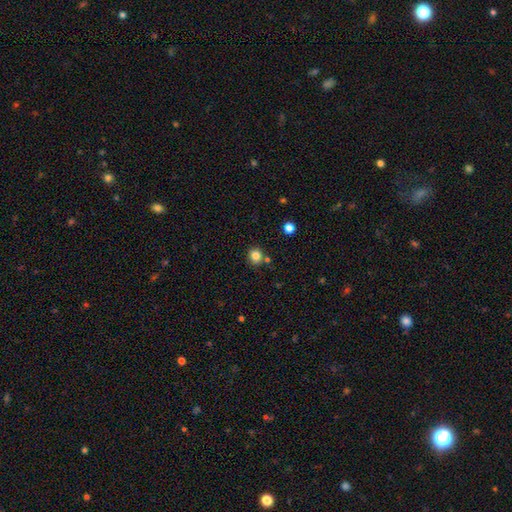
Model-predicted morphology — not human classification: smooth_or_featured: smooth (p=0.83) [alt: star or artifact p=0.12]
how_rounded: round (p=0.86) [alt: in between p=0.13]
merging: none (p=0.80) [alt: minor disturbance p=0.09]